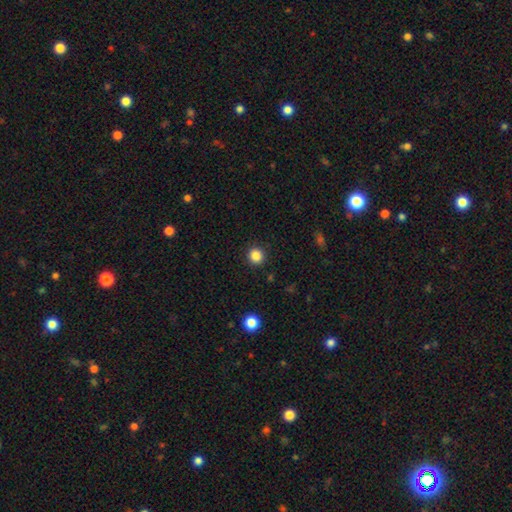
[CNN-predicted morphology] smooth 85%, star or artifact 11%, featured or disk 3%. Down the decision tree: how rounded — round (93%); merging — none (92%).